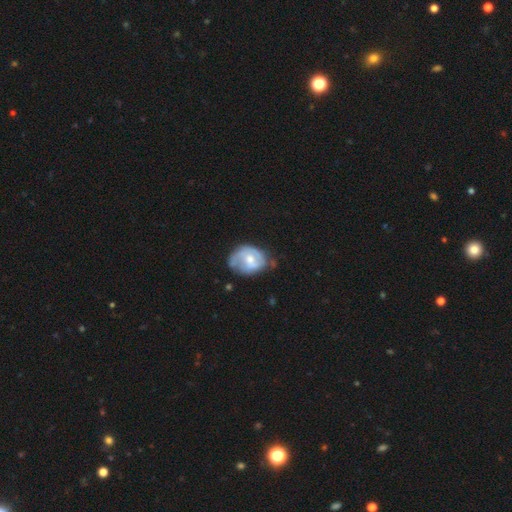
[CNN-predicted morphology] Q: Smooth or featured?
A: featured or disk (60%); runner-up: smooth (31%)
Q: Edge-on disk?
A: no (97%); runner-up: yes (3%)
Q: Bar?
A: no (52%); runner-up: weak (39%)
Q: Spiral arms?
A: yes (71%); runner-up: no (29%)
Q: Bulge size?
A: moderate (55%); runner-up: small (39%)
Q: Merging?
A: none (55%); runner-up: minor disturbance (30%)